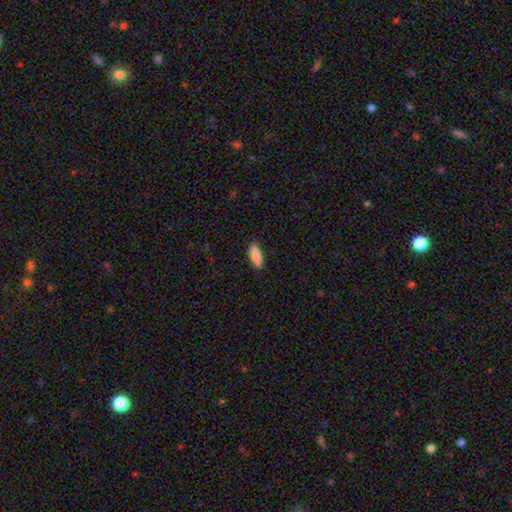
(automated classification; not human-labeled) Smooth or featured? Predicted: smooth (p=0.90). How rounded? Predicted: in between (p=0.69). Merging? Predicted: none (p=0.86).